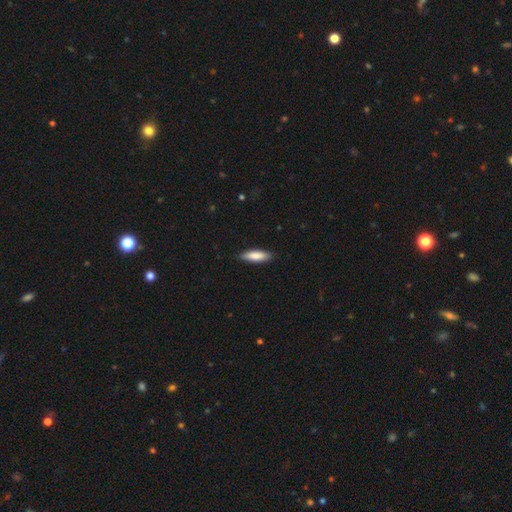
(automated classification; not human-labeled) Overall: smooth (81%). How rounded: cigar-shaped (58%; in between 41%). Merging: none (87%).